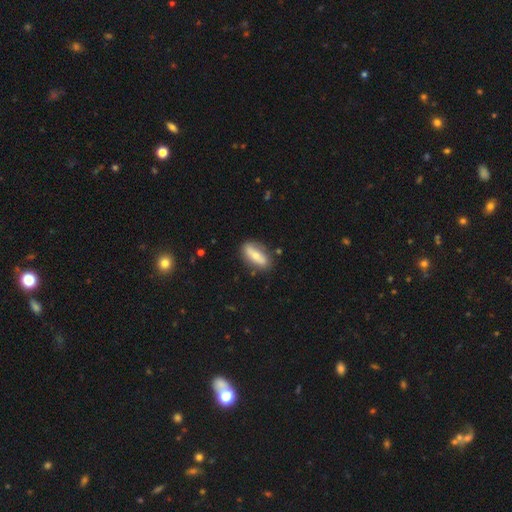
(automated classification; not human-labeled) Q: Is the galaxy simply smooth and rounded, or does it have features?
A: smooth — 57%.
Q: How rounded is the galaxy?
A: in between — 73%.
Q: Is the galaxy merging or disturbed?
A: none — 81%.